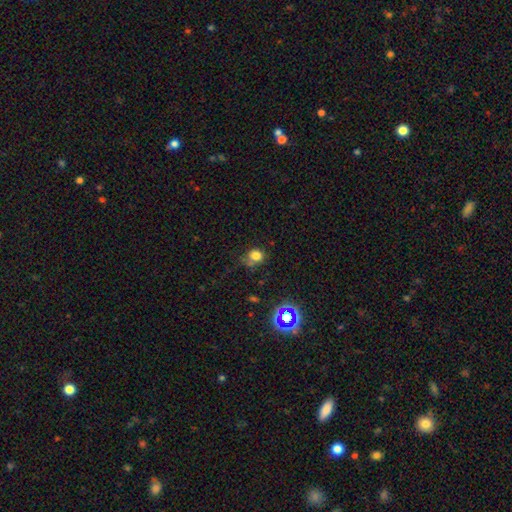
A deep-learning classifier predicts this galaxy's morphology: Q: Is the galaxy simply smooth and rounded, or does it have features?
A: smooth — 75%.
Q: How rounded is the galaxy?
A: round — 75%.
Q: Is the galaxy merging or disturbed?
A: none — 62%.